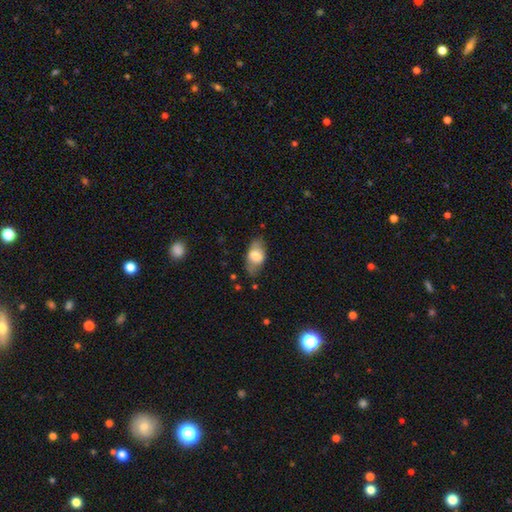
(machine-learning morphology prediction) smooth 66%, featured or disk 27%, star or artifact 7%. Down the decision tree: how rounded — in between (88%); merging — none (70%).